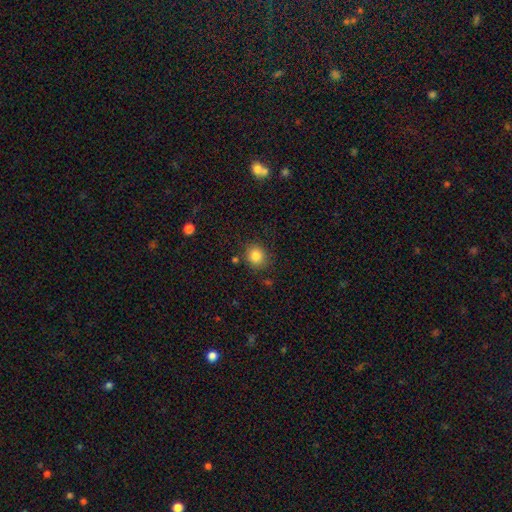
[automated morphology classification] A smooth galaxy with no disk features (85%) that is round (83%). Merging: none (83%).